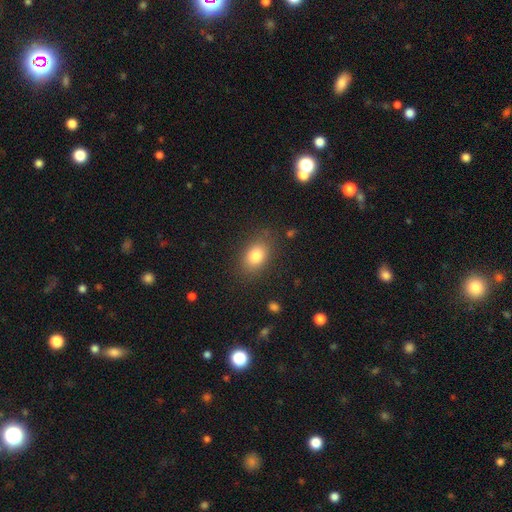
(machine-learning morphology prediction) Q: Smooth or featured?
A: smooth (82%); runner-up: star or artifact (9%)
Q: How rounded?
A: in between (77%); runner-up: round (21%)
Q: Merging?
A: none (82%); runner-up: minor disturbance (13%)